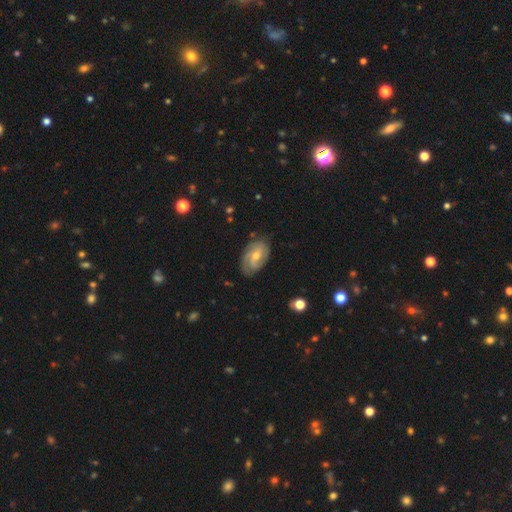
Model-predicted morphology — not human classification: Smooth or featured? featured or disk (77%)
Edge-on disk? no (96%)
Bar? weak (47%)
Spiral arms? yes (93%)
Spiral winding? tight (54%)
Spiral arm count? 2 (52%)
Bulge size? moderate (50%)
Merging? none (74%)